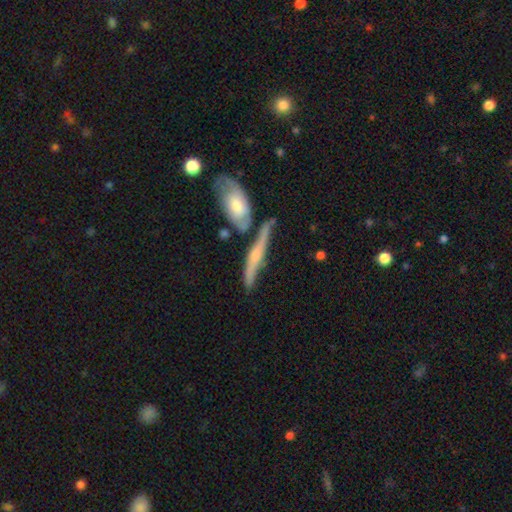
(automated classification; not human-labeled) Smooth or featured: featured or disk — 63% (smooth — 31%)
Edge-on disk: yes — 85% (no — 15%)
Edge-on bulge: rounded — 68% (none — 20%)
Merging: none — 55% (merger — 21%)